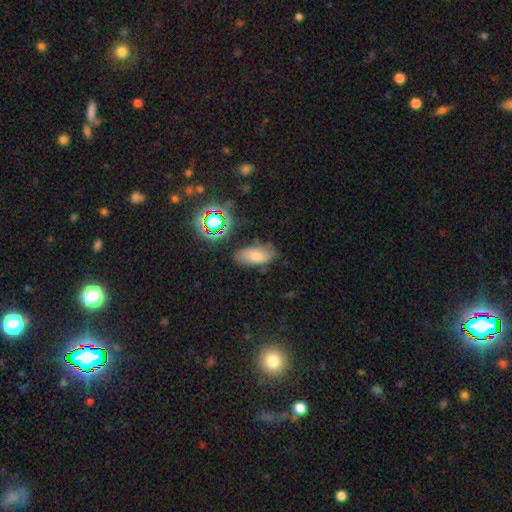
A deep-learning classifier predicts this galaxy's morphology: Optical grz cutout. It shows a smooth galaxy with no disk features (65%) that is in between round and cigar-shaped (87%). Merging: none (73%).